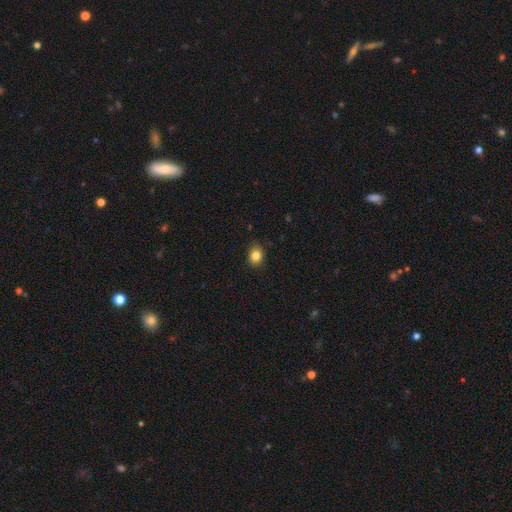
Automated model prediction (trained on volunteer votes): Smooth or featured: smooth — 84% (star or artifact — 11%)
How rounded: round — 50% (in between — 49%)
Merging: none — 84% (minor disturbance — 13%)